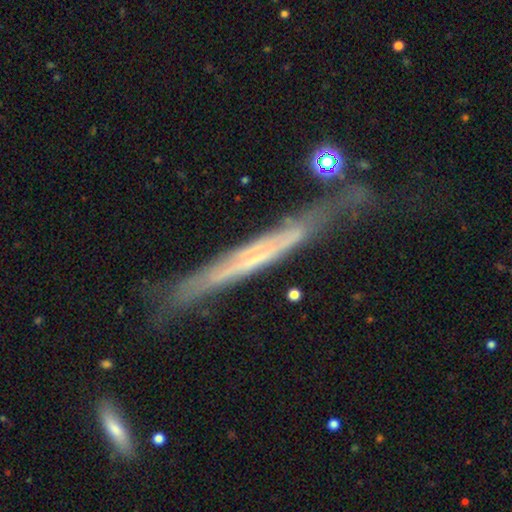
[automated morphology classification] featured or disk 67%, smooth 25%, star or artifact 8%. Down the decision tree: edge-on disk — yes (87%); edge-on bulge — none (80%); merging — none (59%).